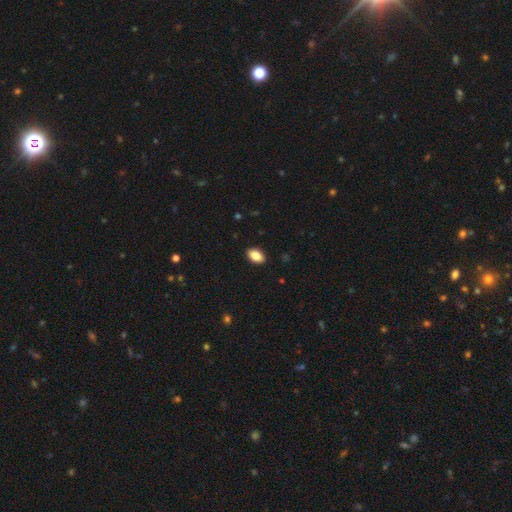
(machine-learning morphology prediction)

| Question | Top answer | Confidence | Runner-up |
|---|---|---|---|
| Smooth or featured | smooth | 87% | star or artifact (7%) |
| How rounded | in between | 91% | round (7%) |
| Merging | none | 90% | minor disturbance (7%) |